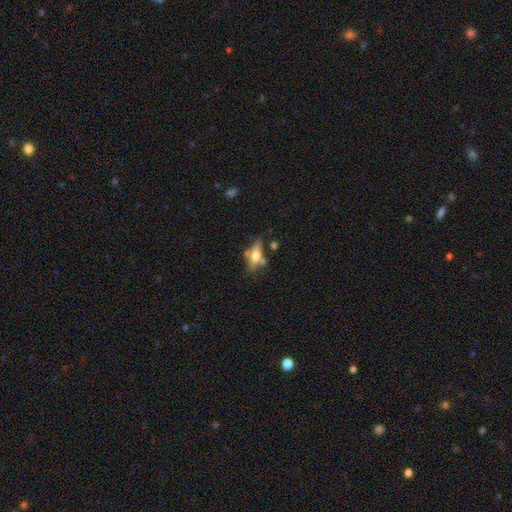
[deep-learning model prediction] This appears to be a featured or disk galaxy (46%). Merging: none (58%).